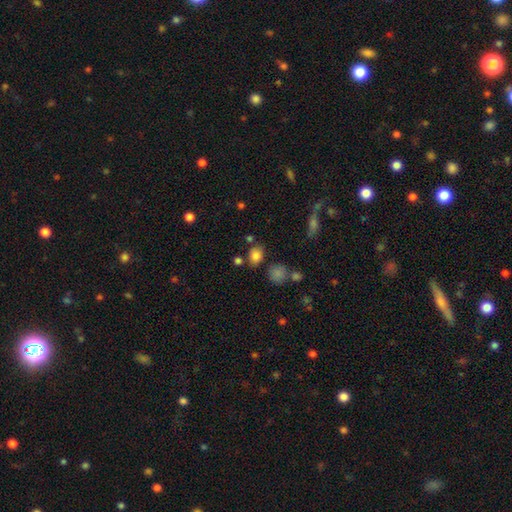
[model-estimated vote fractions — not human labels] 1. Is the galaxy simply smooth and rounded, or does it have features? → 81% smooth, 13% star or artifact, 6% featured or disk.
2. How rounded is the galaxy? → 53% round, 46% in between, 1% cigar-shaped.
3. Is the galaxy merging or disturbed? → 74% none, 13% minor disturbance, 9% merger, 4% major disturbance.